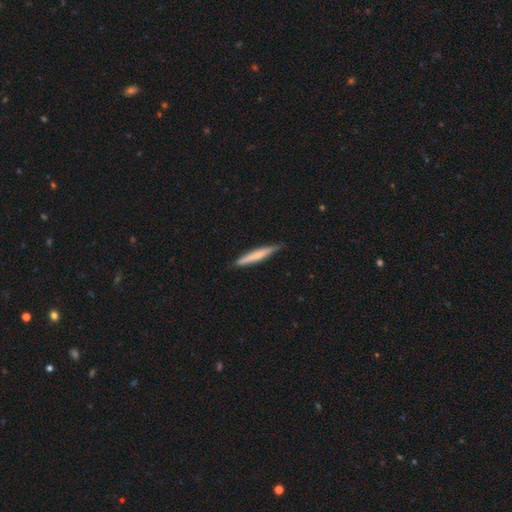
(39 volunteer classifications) Smooth or featured: smooth — 64% (featured or disk — 33%)
How rounded: cigar-shaped — 100%
Merging: none — 95% (minor disturbance — 5%)